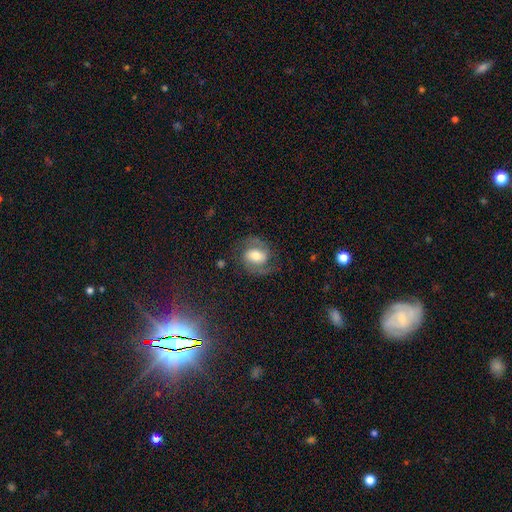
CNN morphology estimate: Smooth or featured: featured or disk — 70% (smooth — 22%)
Edge-on disk: no — 97% (yes — 3%)
Bar: weak — 40% (no — 38%)
Spiral arms: yes — 91% (no — 9%)
Spiral winding: medium — 55% (tight — 26%)
Spiral arm count: 2 — 90% (can't tell — 5%)
Bulge size: moderate — 59% (large — 24%)
Merging: none — 73% (minor disturbance — 16%)